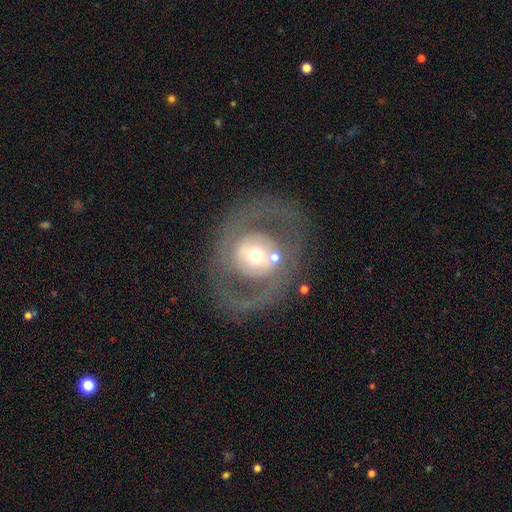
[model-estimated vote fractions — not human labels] Morphology: type=featured or disk (69%); edge-on=no (94%); bar=no (67%); spiral arms=no (62%); bulge=moderate (56%); merging=none (75%).